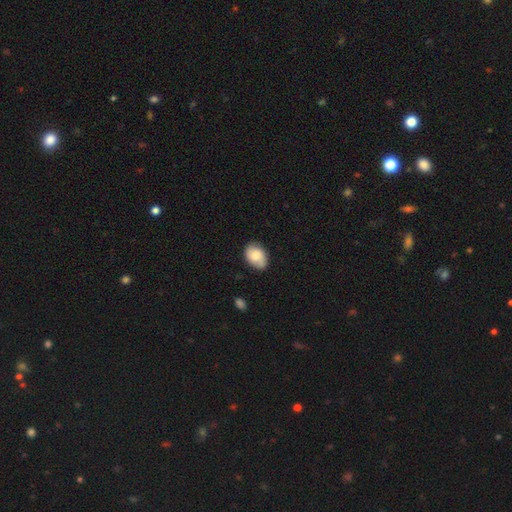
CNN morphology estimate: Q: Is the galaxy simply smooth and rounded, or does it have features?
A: smooth — 75%.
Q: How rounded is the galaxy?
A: in between — 79%.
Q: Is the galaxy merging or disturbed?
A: none — 76%.